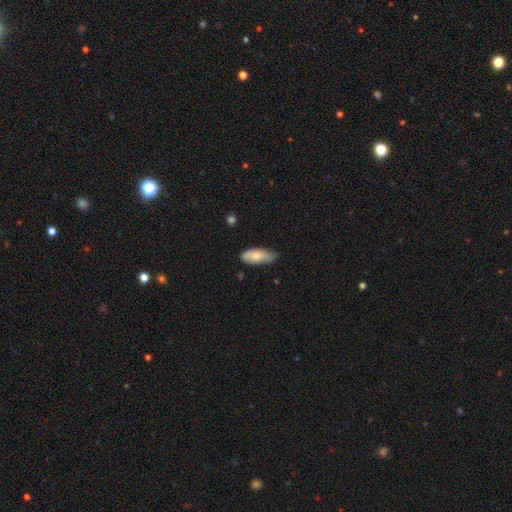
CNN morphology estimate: Q: Smooth or featured?
A: smooth (77%); runner-up: featured or disk (17%)
Q: How rounded?
A: in between (83%); runner-up: cigar-shaped (15%)
Q: Merging?
A: none (57%); runner-up: minor disturbance (35%)